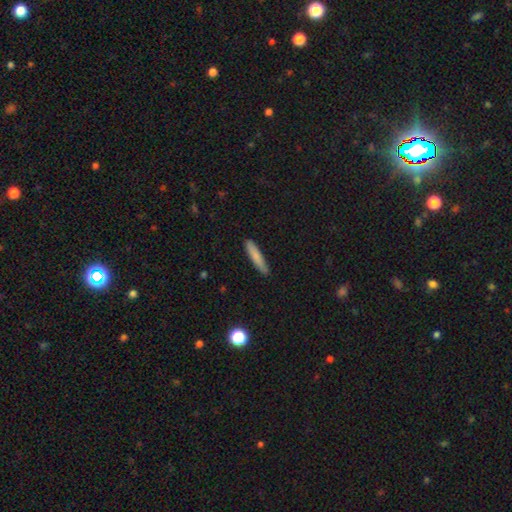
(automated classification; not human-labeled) smooth-or-featured: smooth: 80% | featured or disk: 13% | star or artifact: 6%
  how-rounded: cigar-shaped: 90% | in between: 9% | round: 1%
  merging: none: 87% | minor disturbance: 10% | major disturbance: 2% | merger: 1%